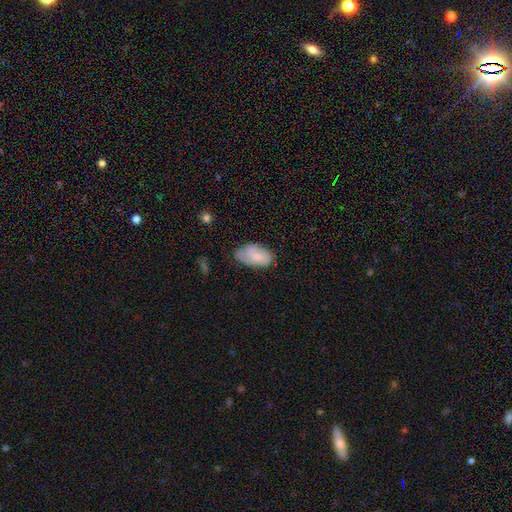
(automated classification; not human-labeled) smooth-or-featured: smooth: 51% | featured or disk: 42% | star or artifact: 7%
  how-rounded: in between: 93% | round: 5% | cigar-shaped: 2%
  merging: none: 58% | minor disturbance: 31% | major disturbance: 9% | merger: 2%